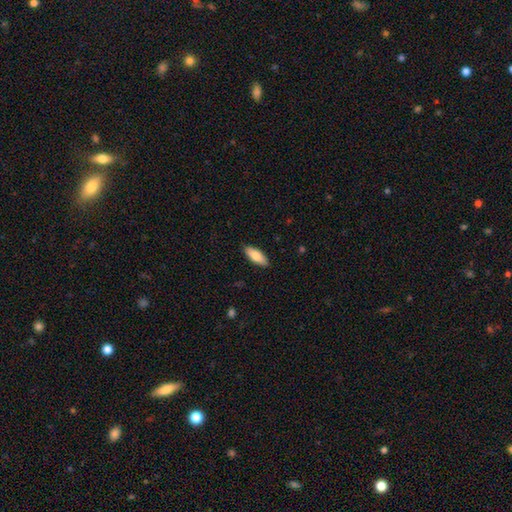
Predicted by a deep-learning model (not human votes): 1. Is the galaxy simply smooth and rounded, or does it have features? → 81% smooth, 14% featured or disk, 6% star or artifact.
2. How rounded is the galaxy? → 77% in between, 21% cigar-shaped, 2% round.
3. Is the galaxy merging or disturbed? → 88% none, 10% minor disturbance, 2% major disturbance, 1% merger.